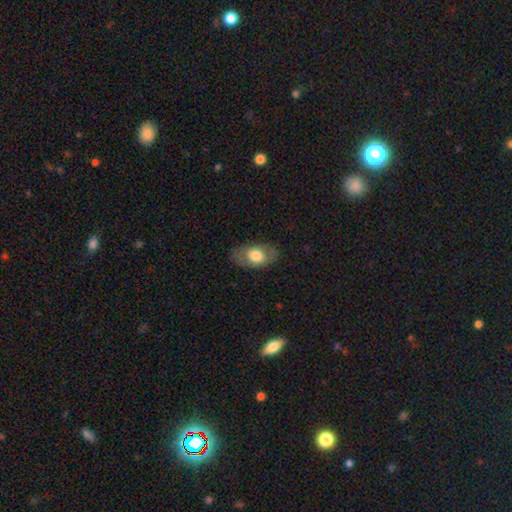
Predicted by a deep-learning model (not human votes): The model was most divided on "smooth or featured": smooth: 63%, featured or disk: 31%, star or artifact: 6%. More confident: how rounded — in between (90%); merging — none (80%).